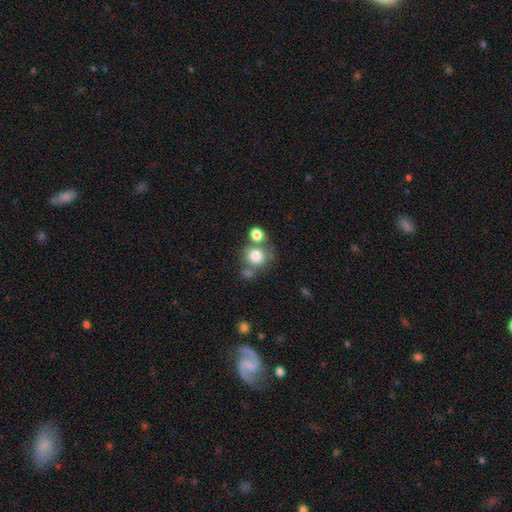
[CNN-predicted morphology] The model was most divided on "merging": none: 56%, merger: 28%, minor disturbance: 11%, major disturbance: 5%. More confident: how rounded — round (84%); smooth or featured — smooth (77%).